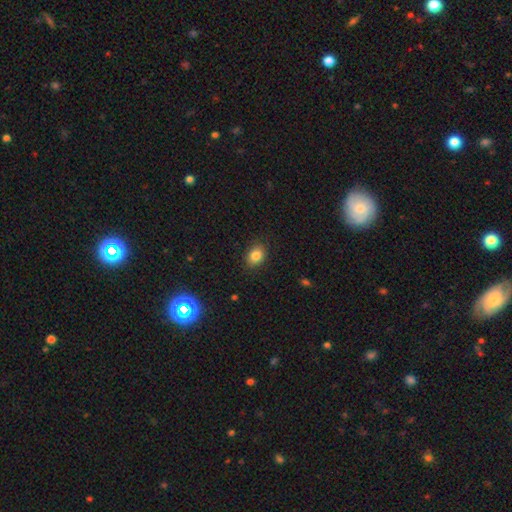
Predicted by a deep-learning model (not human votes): This is clearly a smooth galaxy (83%). How rounded: likely in between (61%). Merging: clearly none (87%).